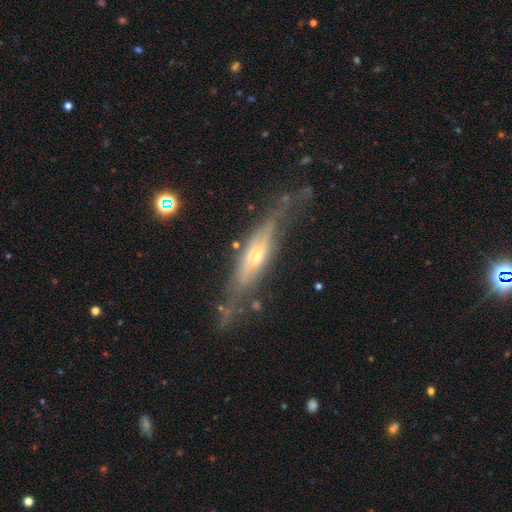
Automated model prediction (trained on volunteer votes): Smooth or featured?
  - featured or disk: 75% *
  - smooth: 19%
  - star or artifact: 7%
Edge-on disk?
  - yes: 87% *
  - no: 13%
Edge-on bulge?
  - rounded: 74% *
  - none: 15%
  - boxy: 12%
Merging?
  - none: 65% *
  - minor disturbance: 22%
  - major disturbance: 10%
  - merger: 3%